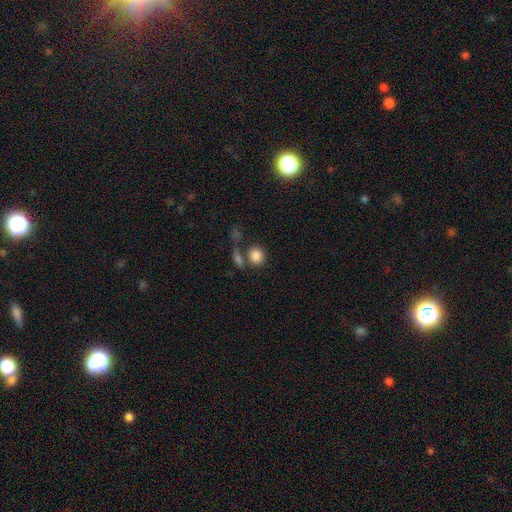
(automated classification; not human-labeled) The model was most divided on "merging": none: 58%, merger: 25%, minor disturbance: 11%, major disturbance: 6%. More confident: smooth or featured — smooth (85%); how rounded — round (71%).